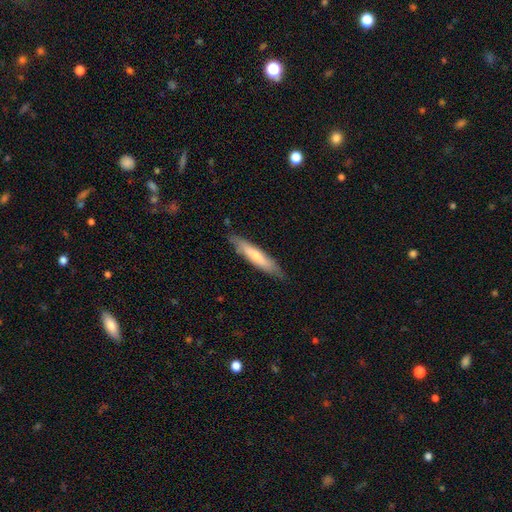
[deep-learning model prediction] Morphology: type=smooth (62%); roundness=cigar-shaped (85%); merging=none (82%).